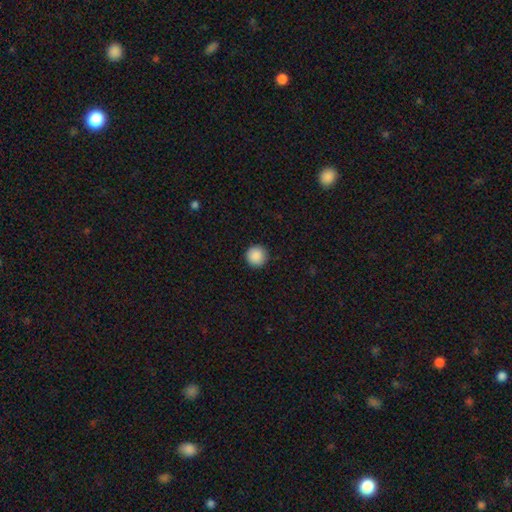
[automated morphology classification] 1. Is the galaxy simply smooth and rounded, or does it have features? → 89% smooth, 8% star or artifact, 3% featured or disk.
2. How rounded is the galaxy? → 96% round, 3% in between, 1% cigar-shaped.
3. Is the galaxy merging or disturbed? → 92% none, 5% minor disturbance, 2% major disturbance, 1% merger.